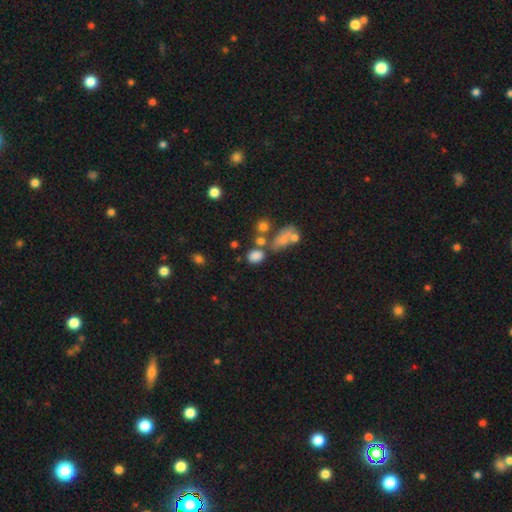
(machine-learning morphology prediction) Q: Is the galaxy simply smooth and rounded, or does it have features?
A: smooth — 77%.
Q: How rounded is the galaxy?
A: in between — 61%.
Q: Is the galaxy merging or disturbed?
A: none — 49%.